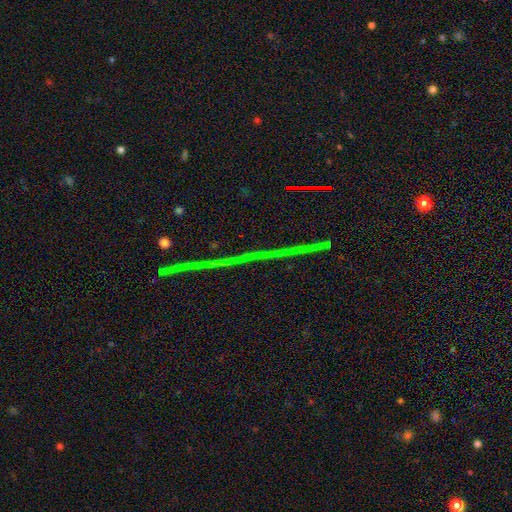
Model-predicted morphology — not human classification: Overall: star or artifact (80%).